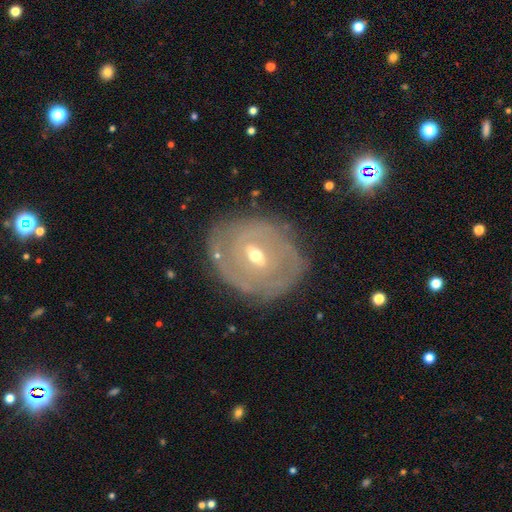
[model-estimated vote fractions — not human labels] Overall: featured or disk (75%). Edge-on disk: no (95%). Bar: weak (51%; no 26%). Spiral arms: yes (61%; no 39%). Bulge size: small (48%, tied with moderate). Merging: none (74%).